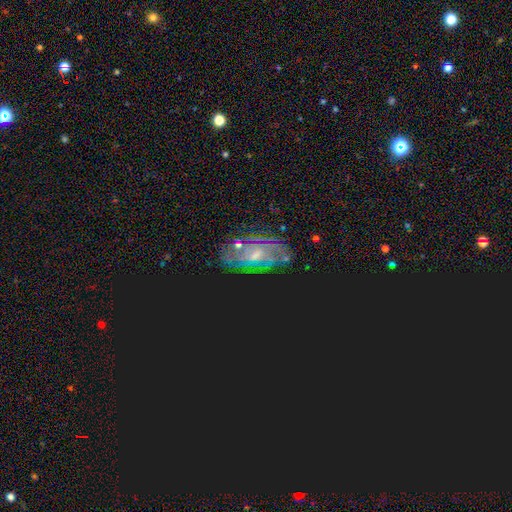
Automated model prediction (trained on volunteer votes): This appears to be a featured or disk galaxy (50%). Merging: none (76%).